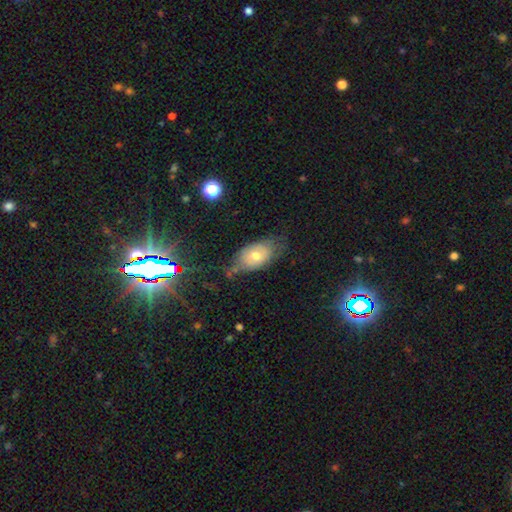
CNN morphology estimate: Overall: smooth (57%; featured or disk 34%). How rounded: in between (87%). Merging: none (51%; minor disturbance 29%).